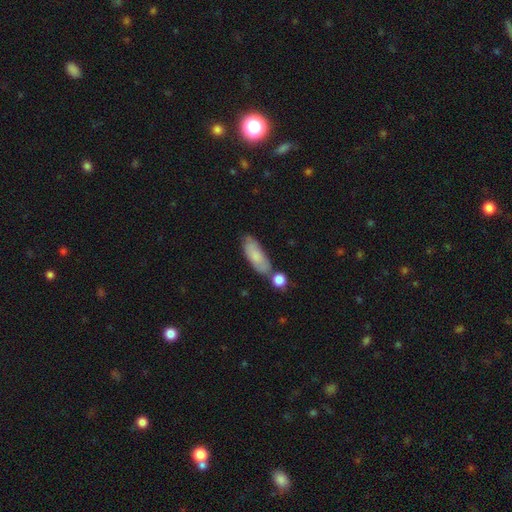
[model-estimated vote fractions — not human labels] smooth-or-featured: smooth: 76% | featured or disk: 18% | star or artifact: 6%
  how-rounded: in between: 69% | cigar-shaped: 28% | round: 3%
  merging: none: 62% | minor disturbance: 18% | merger: 16% | major disturbance: 5%